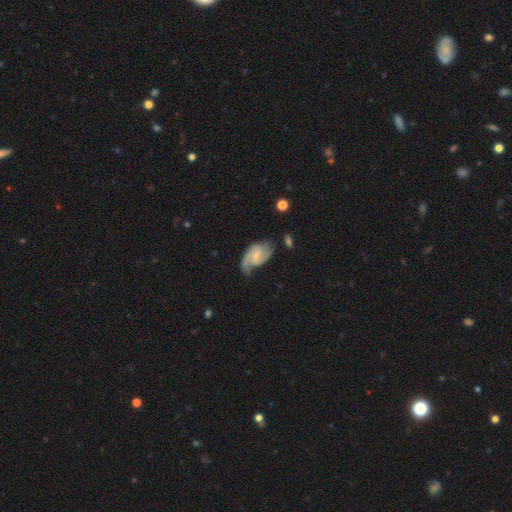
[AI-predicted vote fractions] Smooth or featured: featured or disk — 81% (smooth — 13%)
Edge-on disk: no — 97% (yes — 3%)
Bar: no — 48% (weak — 43%)
Spiral arms: yes — 96% (no — 4%)
Spiral winding: medium — 49% (loose — 28%)
Spiral arm count: 2 — 79% (can't tell — 7%)
Bulge size: small — 64% (moderate — 22%)
Merging: none — 57% (minor disturbance — 26%)